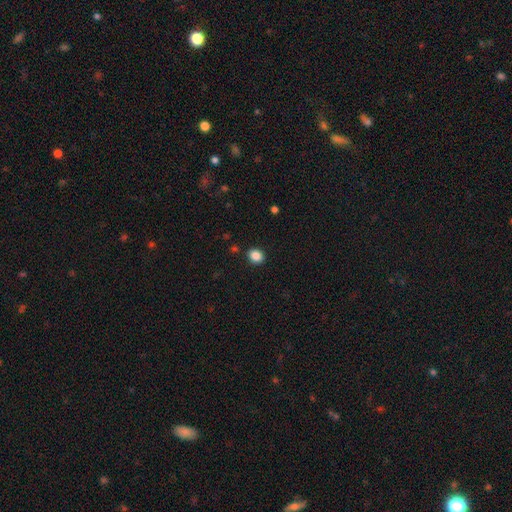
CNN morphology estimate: Smooth or featured: smooth — 86% (star or artifact — 10%)
How rounded: round — 66% (in between — 33%)
Merging: none — 90% (minor disturbance — 7%)